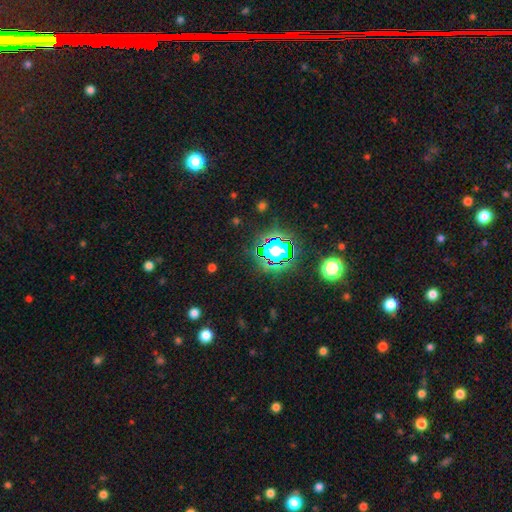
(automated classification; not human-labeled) Q: Smooth or featured?
A: star or artifact (82%); runner-up: smooth (10%)